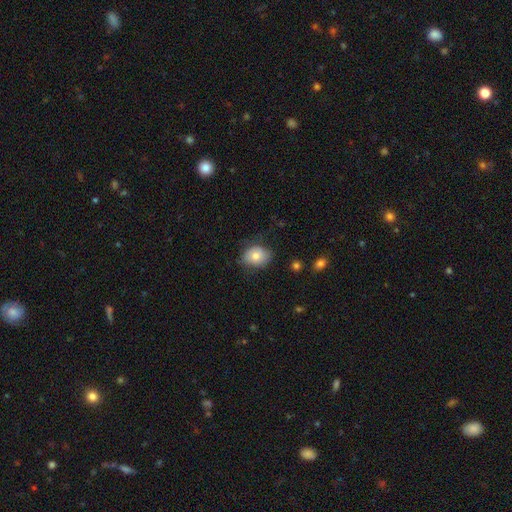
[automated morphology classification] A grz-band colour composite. It shows a smooth galaxy with no disk features (76%) that is in between round and cigar-shaped (57%). Merging: none (71%).